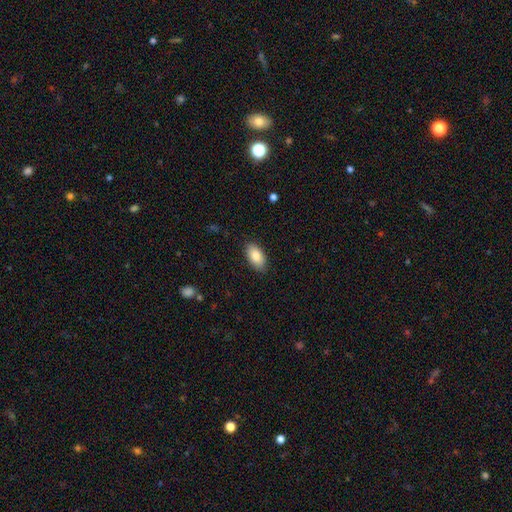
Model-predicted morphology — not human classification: smooth 85%, featured or disk 9%, star or artifact 7%. Down the decision tree: how rounded — in between (94%); merging — none (87%).